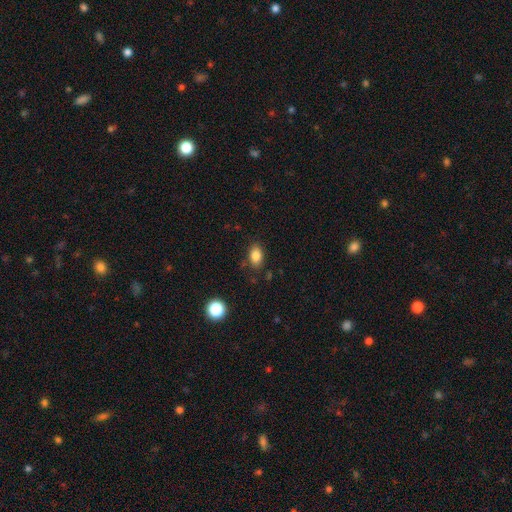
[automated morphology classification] This appears to be a smooth galaxy with no disk features (84%) that is in between round and cigar-shaped (83%). Merging: none (82%).